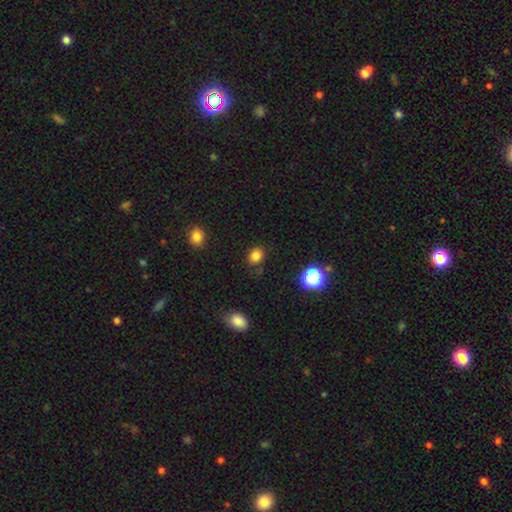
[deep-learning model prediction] Overall: smooth (82%). How rounded: round (59%; in between 40%). Merging: none (83%).